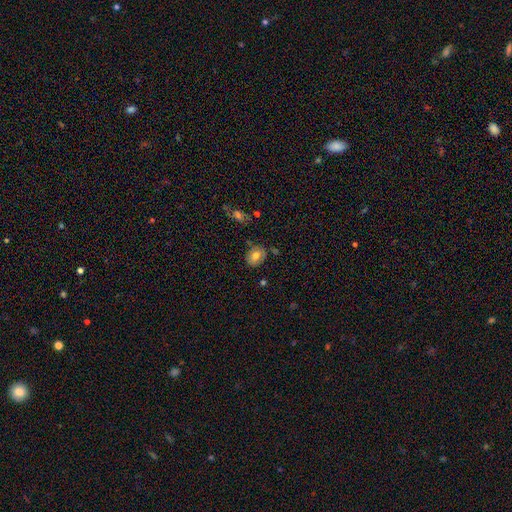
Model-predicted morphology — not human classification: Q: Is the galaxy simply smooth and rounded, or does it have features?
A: smooth — 72%.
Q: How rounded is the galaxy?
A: in between — 50%.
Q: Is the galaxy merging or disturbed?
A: none — 76%.